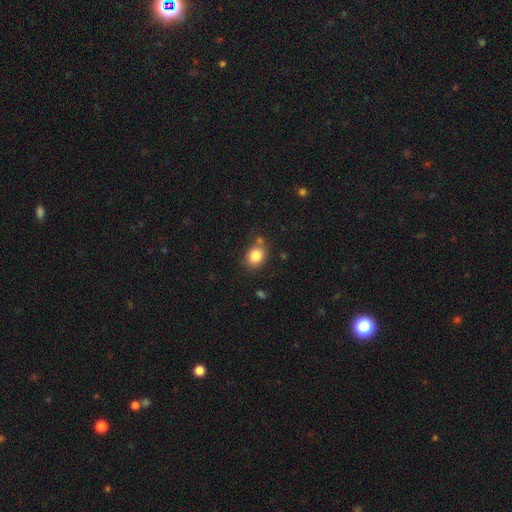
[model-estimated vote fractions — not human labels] smooth 82%, star or artifact 10%, featured or disk 8%. Down the decision tree: how rounded — round (52%); merging — none (73%).